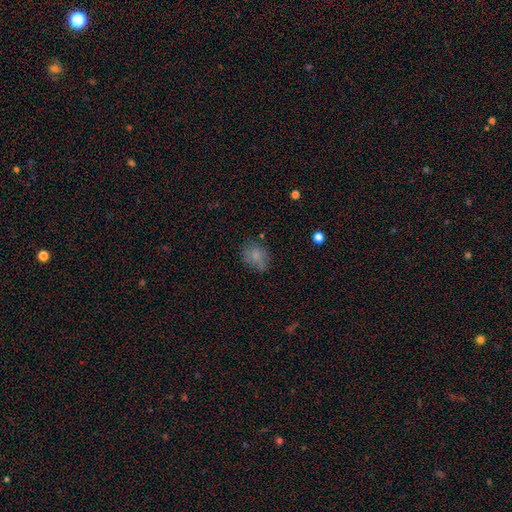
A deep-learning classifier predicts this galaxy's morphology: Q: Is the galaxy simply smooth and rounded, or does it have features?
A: smooth — 73%.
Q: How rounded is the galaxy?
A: in between — 52%.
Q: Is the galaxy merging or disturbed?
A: none — 61%.